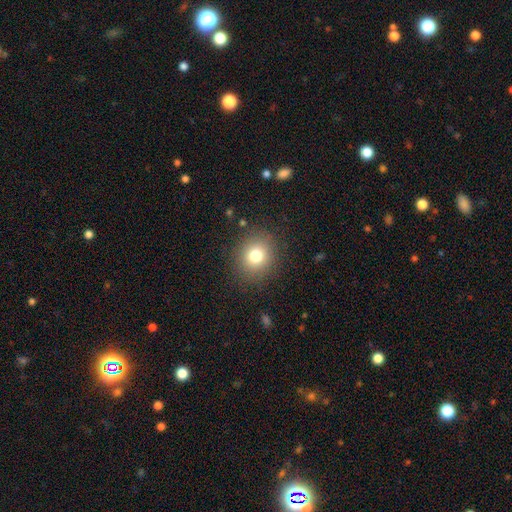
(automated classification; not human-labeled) smooth 77%, star or artifact 13%, featured or disk 9%. Down the decision tree: how rounded — round (78%); merging — none (87%).